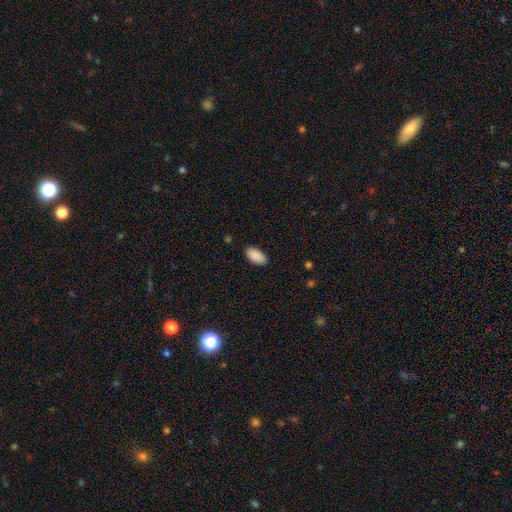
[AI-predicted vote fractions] Overall: smooth (91%). How rounded: in between (95%). Merging: none (88%).